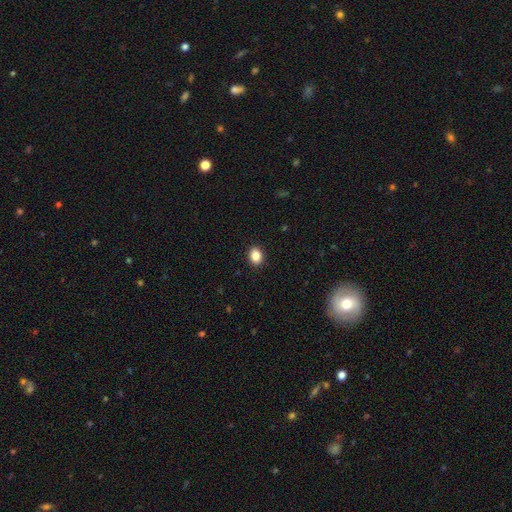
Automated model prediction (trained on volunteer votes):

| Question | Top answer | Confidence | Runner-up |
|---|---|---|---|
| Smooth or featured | smooth | 87% | star or artifact (9%) |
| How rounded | in between | 57% | round (43%) |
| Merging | none | 92% | minor disturbance (6%) |